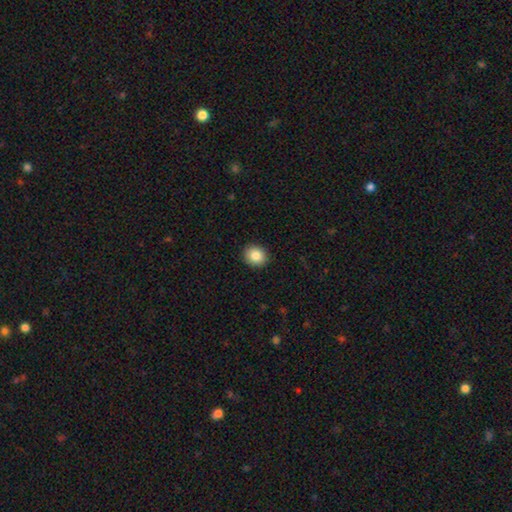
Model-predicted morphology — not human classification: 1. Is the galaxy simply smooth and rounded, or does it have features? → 86% smooth, 9% star or artifact, 6% featured or disk.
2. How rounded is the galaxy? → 73% round, 26% in between, 1% cigar-shaped.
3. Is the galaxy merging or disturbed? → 91% none, 6% minor disturbance, 2% major disturbance, 1% merger.